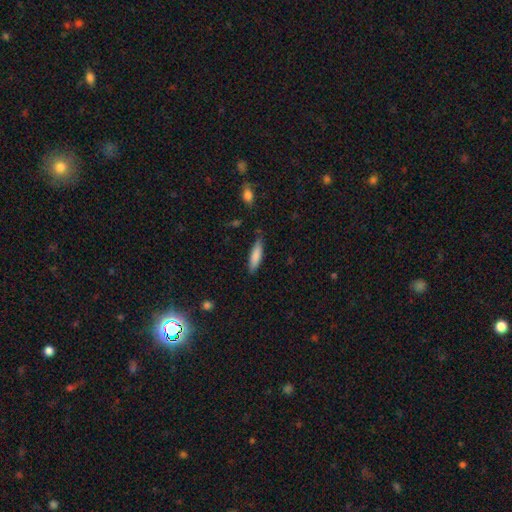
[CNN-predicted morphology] This appears to be a smooth galaxy with no disk features (83%) that is cigar-shaped (66%). Merging: none (83%).